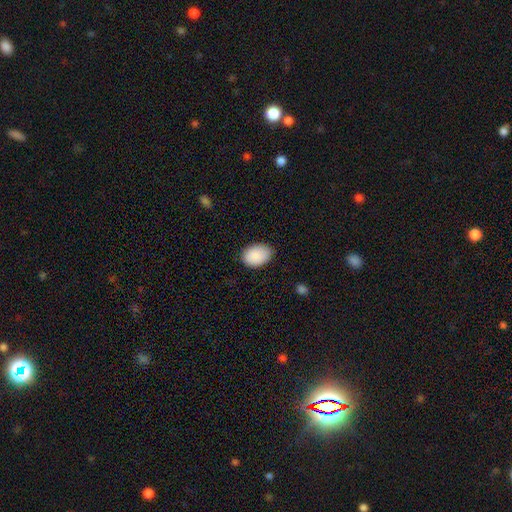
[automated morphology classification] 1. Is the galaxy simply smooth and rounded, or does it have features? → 90% smooth, 6% star or artifact, 3% featured or disk.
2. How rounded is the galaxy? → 86% in between, 13% round, 1% cigar-shaped.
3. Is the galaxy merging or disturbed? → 82% none, 15% minor disturbance, 3% major disturbance, 1% merger.